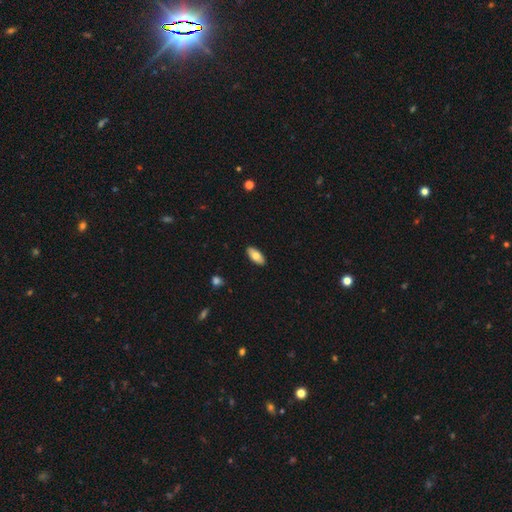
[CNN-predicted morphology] Smooth or featured?
  - smooth: 73% *
  - featured or disk: 20%
  - star or artifact: 6%
How rounded?
  - in between: 89% *
  - cigar-shaped: 9%
  - round: 2%
Merging?
  - none: 90% *
  - minor disturbance: 8%
  - major disturbance: 2%
  - merger: 1%